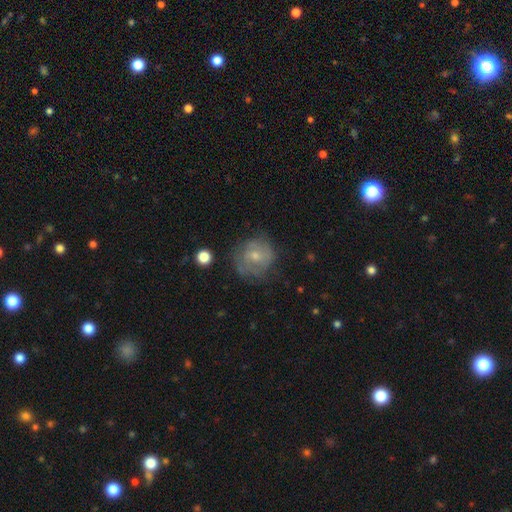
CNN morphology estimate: type=featured or disk (56%); edge-on=no (97%); bar=no (58%); spiral arms=yes (75%); bulge=small (54%); merging=none (63%).